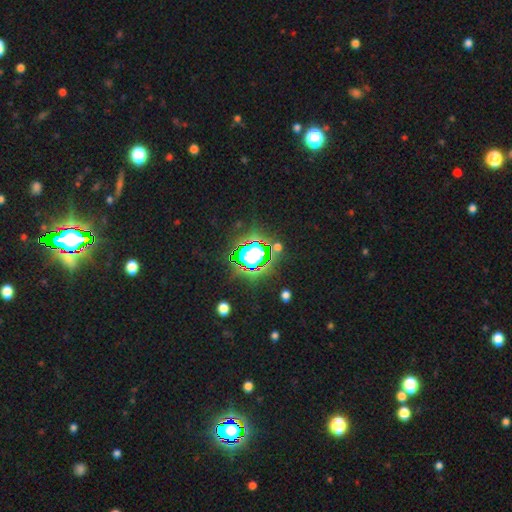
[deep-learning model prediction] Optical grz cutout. It shows a star or artifact, not a galaxy (80%).